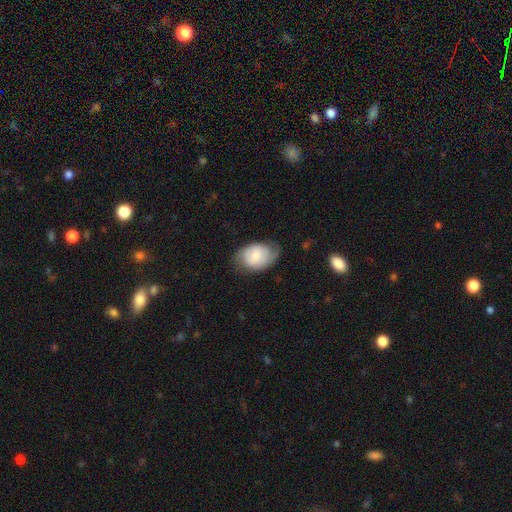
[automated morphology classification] smooth-or-featured: smooth: 48% | featured or disk: 45% | star or artifact: 7%
  merging: none: 61% | minor disturbance: 27% | major disturbance: 11% | merger: 1%